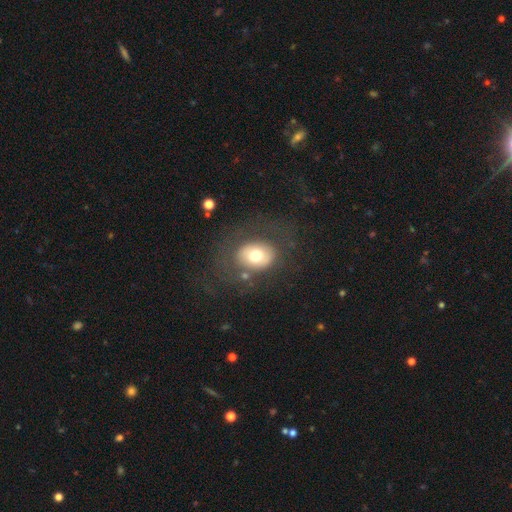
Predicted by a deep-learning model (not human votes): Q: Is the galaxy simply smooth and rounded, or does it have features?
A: smooth — 64%.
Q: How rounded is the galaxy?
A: in between — 57%.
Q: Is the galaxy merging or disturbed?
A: none — 68%.